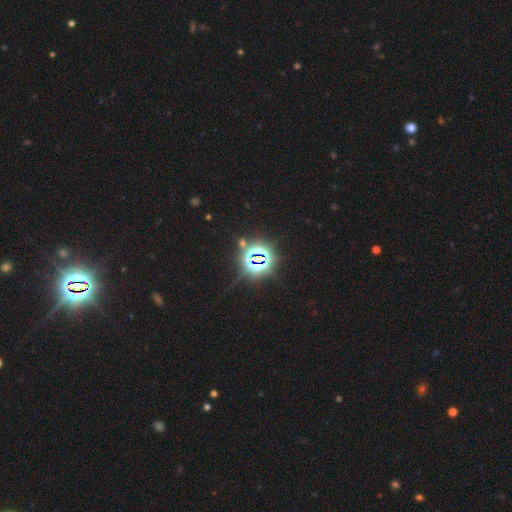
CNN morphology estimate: type=star or artifact (86%).